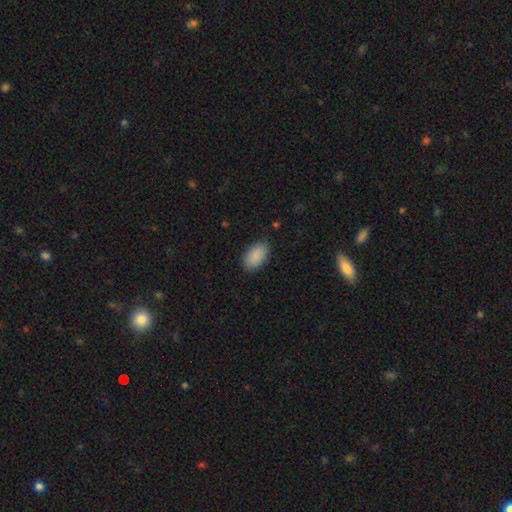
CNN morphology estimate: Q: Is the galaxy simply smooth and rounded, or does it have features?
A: smooth — 89%.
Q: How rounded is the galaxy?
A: in between — 93%.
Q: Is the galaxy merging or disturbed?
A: none — 86%.